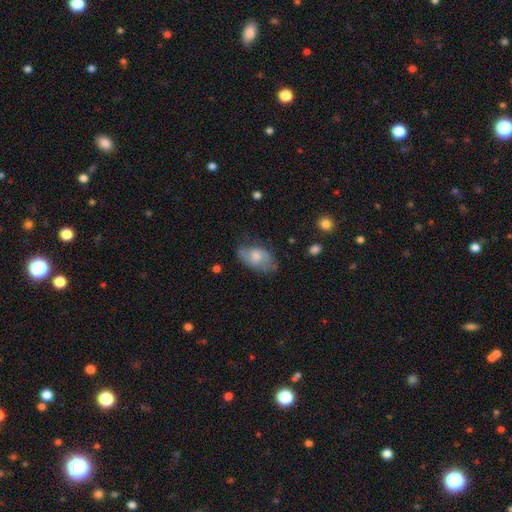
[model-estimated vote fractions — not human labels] Q: Smooth or featured?
A: smooth (56%); runner-up: featured or disk (36%)
Q: How rounded?
A: in between (89%); runner-up: round (9%)
Q: Merging?
A: none (57%); runner-up: minor disturbance (30%)